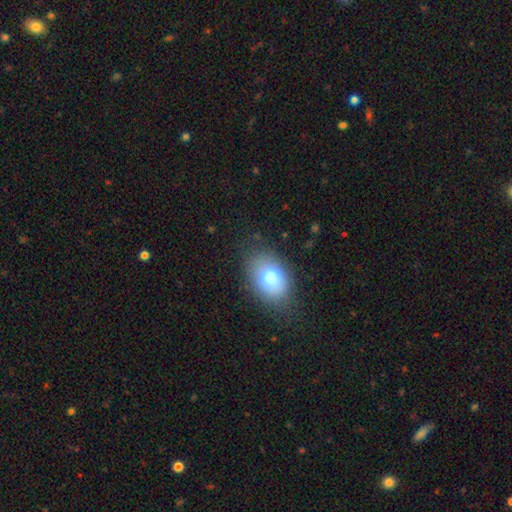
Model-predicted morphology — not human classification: smooth_or_featured: smooth (p=0.80) [alt: featured or disk p=0.10]
how_rounded: in between (p=0.83) [alt: round p=0.15]
merging: none (p=0.83) [alt: minor disturbance p=0.13]